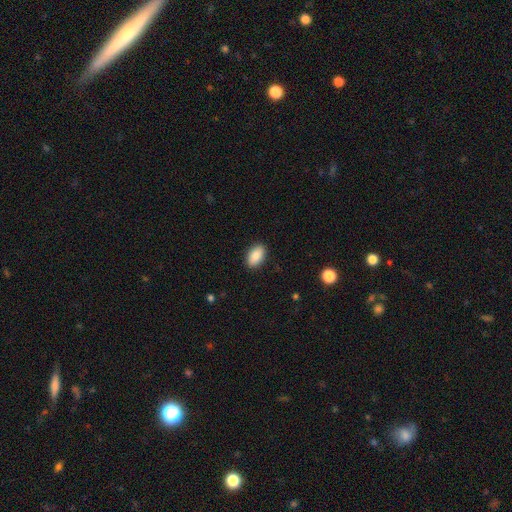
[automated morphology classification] smooth_or_featured: smooth (p=0.88) [alt: star or artifact p=0.07]
how_rounded: in between (p=0.92) [alt: round p=0.06]
merging: none (p=0.89) [alt: minor disturbance p=0.08]